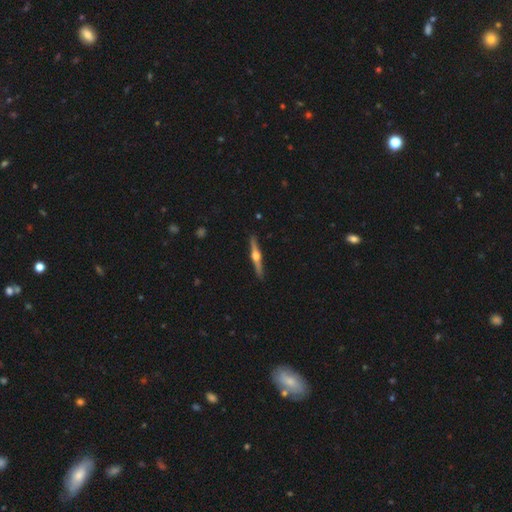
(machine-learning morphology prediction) type=featured or disk (81%); edge-on=yes (98%); edge-on bulge=rounded (96%); merging=none (92%).